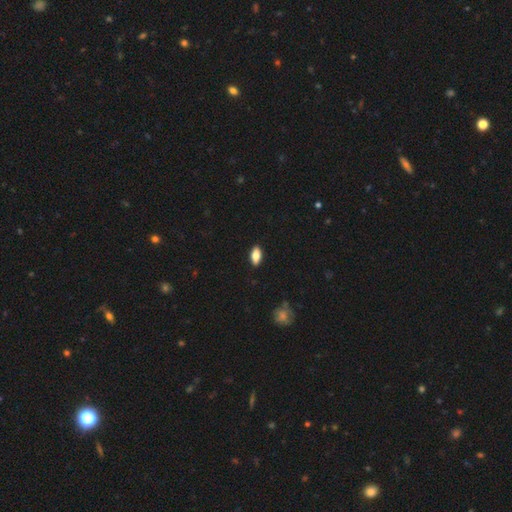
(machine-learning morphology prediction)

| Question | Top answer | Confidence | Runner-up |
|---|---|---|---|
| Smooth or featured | smooth | 77% | featured or disk (16%) |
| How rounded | in between | 86% | cigar-shaped (11%) |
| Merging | none | 89% | minor disturbance (9%) |